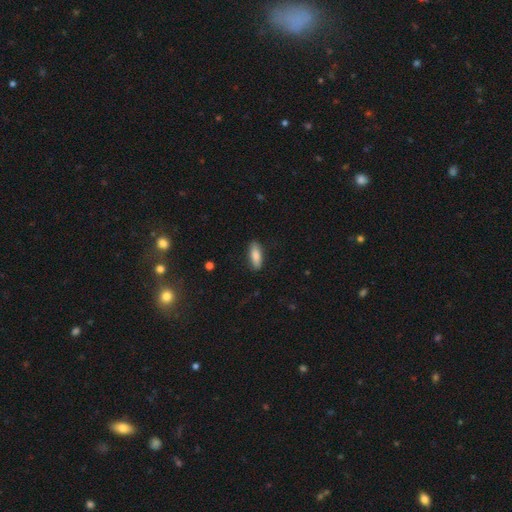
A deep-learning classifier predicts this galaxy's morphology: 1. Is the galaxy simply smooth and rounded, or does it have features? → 85% smooth, 9% featured or disk, 6% star or artifact.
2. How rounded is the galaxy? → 68% in between, 30% cigar-shaped, 2% round.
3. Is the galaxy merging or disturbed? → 86% none, 10% minor disturbance, 2% major disturbance, 1% merger.